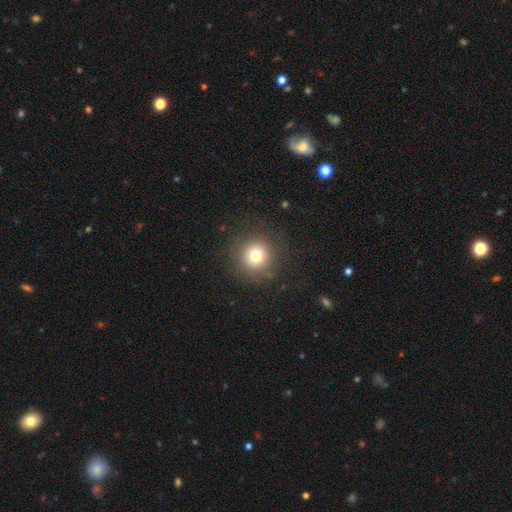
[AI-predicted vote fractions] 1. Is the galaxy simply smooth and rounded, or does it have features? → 76% smooth, 14% star or artifact, 10% featured or disk.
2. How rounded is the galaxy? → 94% round, 5% in between, 1% cigar-shaped.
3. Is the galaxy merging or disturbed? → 88% none, 7% minor disturbance, 4% major disturbance, 1% merger.